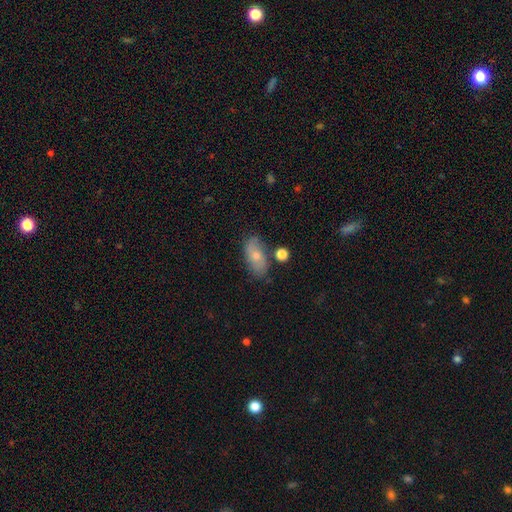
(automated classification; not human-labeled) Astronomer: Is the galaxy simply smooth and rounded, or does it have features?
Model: smooth — 61%.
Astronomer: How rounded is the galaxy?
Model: in between — 89%.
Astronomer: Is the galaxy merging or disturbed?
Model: none — 72%.